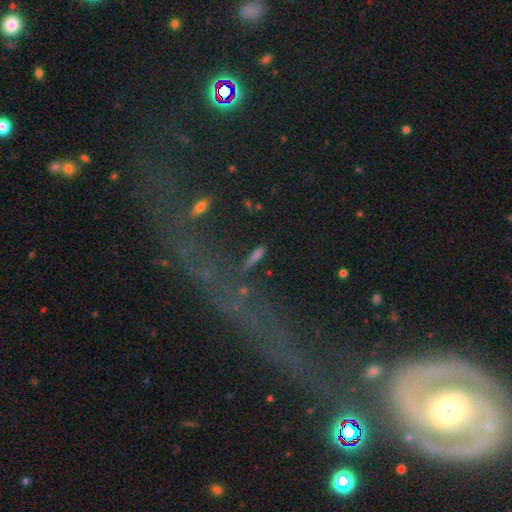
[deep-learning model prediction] This is possibly a smooth galaxy (52%). How rounded: possibly cigar-shaped (59%). Merging: likely none (72%).